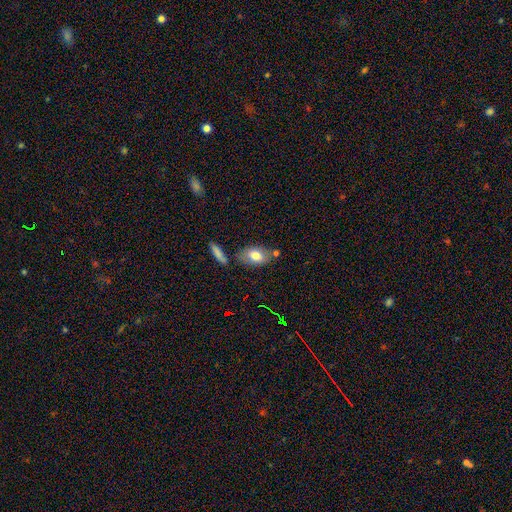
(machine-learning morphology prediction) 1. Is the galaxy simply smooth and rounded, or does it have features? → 75% smooth, 17% featured or disk, 8% star or artifact.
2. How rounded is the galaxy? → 90% in between, 7% round, 3% cigar-shaped.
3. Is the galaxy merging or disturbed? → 66% none, 17% minor disturbance, 13% merger, 4% major disturbance.